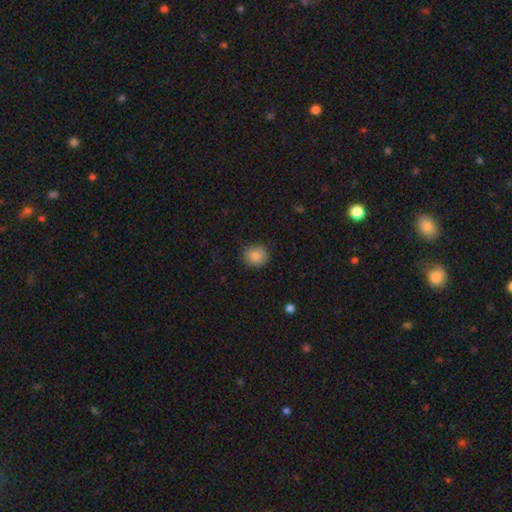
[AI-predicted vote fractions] smooth 87%, star or artifact 9%, featured or disk 4%. Down the decision tree: how rounded — round (78%); merging — none (86%).